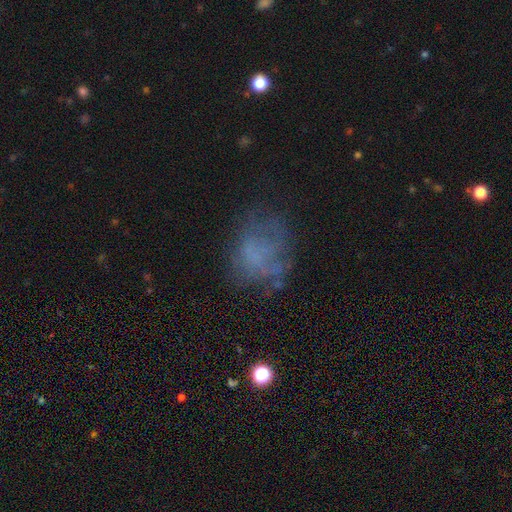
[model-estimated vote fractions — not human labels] Smooth or featured: smooth — 44% (featured or disk — 35%)
Merging: none — 51% (major disturbance — 24%)